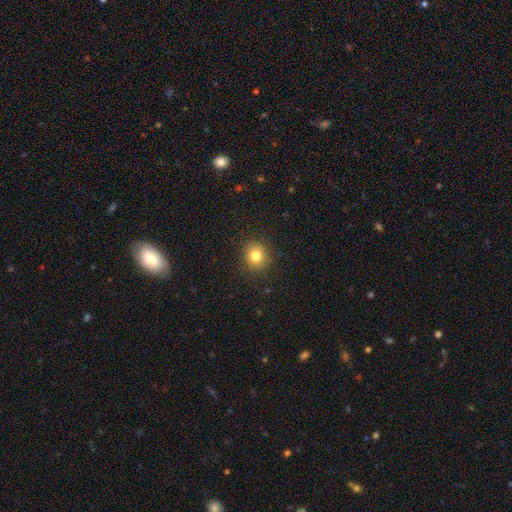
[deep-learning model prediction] Smooth or featured?
  - smooth: 80% *
  - star or artifact: 12%
  - featured or disk: 8%
How rounded?
  - round: 83% *
  - in between: 16%
  - cigar-shaped: 1%
Merging?
  - none: 89% *
  - minor disturbance: 7%
  - major disturbance: 3%
  - merger: 1%